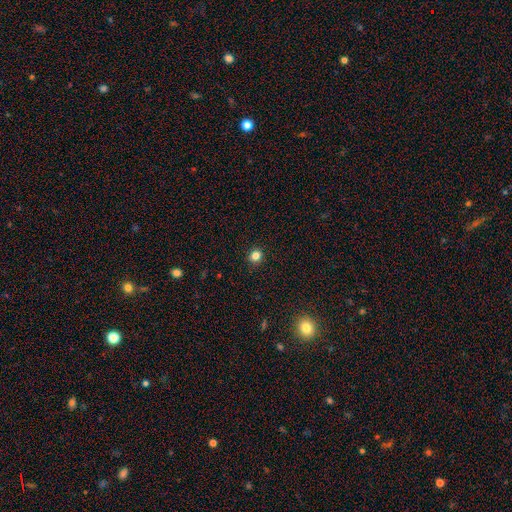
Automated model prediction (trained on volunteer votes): smooth-or-featured: smooth: 82% | star or artifact: 13% | featured or disk: 4%
  how-rounded: round: 87% | in between: 12% | cigar-shaped: 1%
  merging: none: 91% | minor disturbance: 6% | major disturbance: 2% | merger: 1%